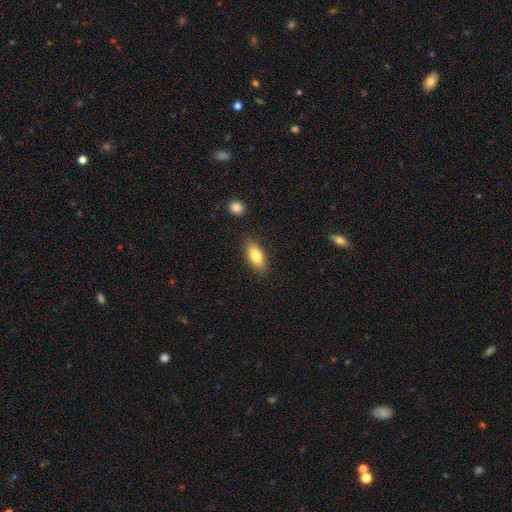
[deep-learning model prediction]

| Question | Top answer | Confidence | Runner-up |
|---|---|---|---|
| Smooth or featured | smooth | 80% | featured or disk (13%) |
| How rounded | in between | 84% | cigar-shaped (13%) |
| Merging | none | 84% | minor disturbance (11%) |